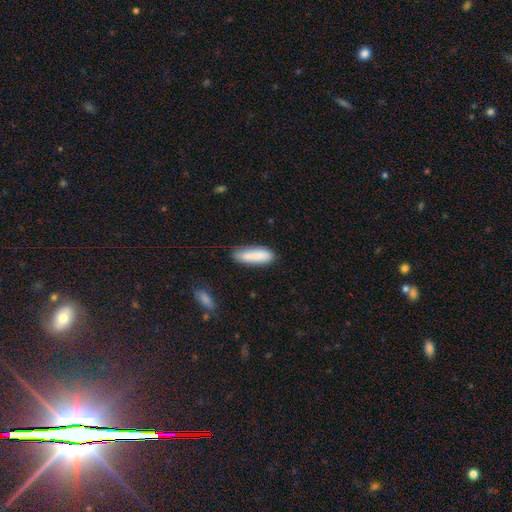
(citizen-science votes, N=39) Overall: smooth (87%). How rounded: cigar-shaped (65%; in between 32%). Merging: none (76%).